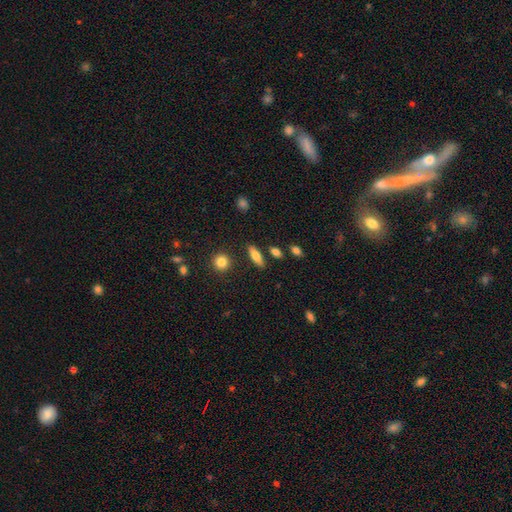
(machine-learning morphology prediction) type=smooth (66%); roundness=in between (54%); merging=none (83%).